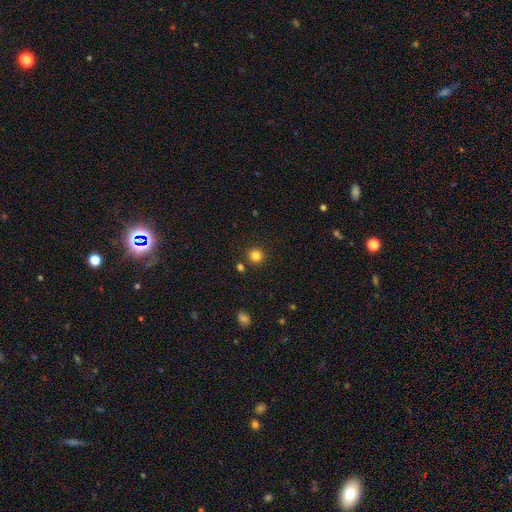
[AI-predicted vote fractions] A smooth galaxy with no disk features (82%) that is round (94%). Merging: none (88%).